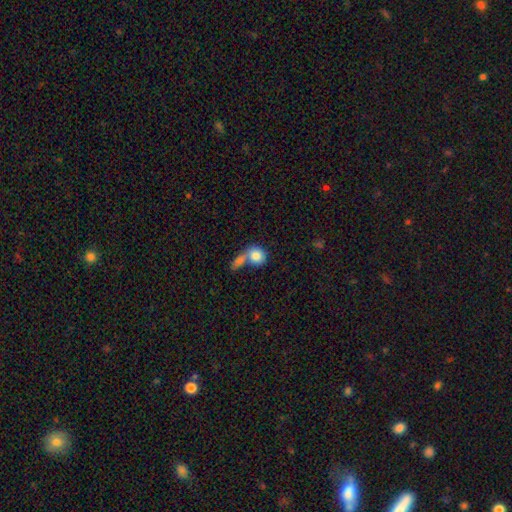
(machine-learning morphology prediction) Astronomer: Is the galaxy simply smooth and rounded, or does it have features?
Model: smooth — 81%.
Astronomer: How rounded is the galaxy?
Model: round — 72%.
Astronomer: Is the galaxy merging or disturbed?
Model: merger — 56%.